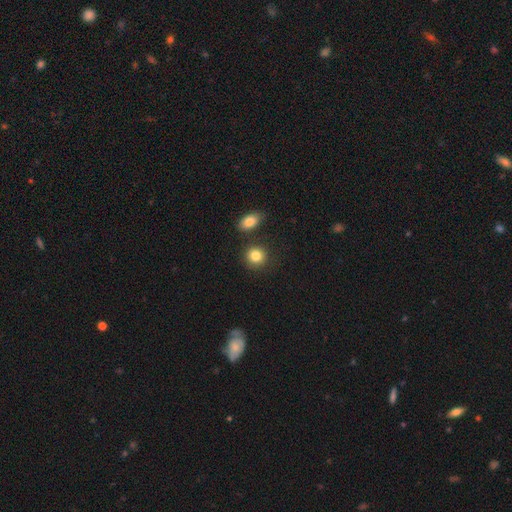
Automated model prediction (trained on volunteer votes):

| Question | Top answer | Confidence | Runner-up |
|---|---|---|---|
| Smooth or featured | smooth | 84% | star or artifact (9%) |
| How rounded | round | 81% | in between (18%) |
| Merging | none | 80% | minor disturbance (9%) |